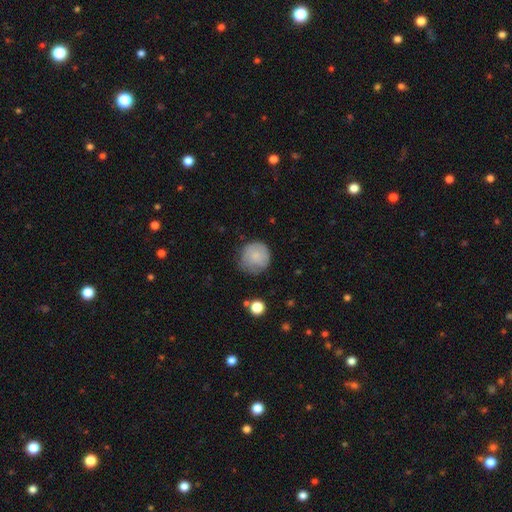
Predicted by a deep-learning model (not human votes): Q: Smooth or featured?
A: smooth (76%); runner-up: featured or disk (17%)
Q: How rounded?
A: round (92%); runner-up: in between (7%)
Q: Merging?
A: none (64%); runner-up: minor disturbance (27%)